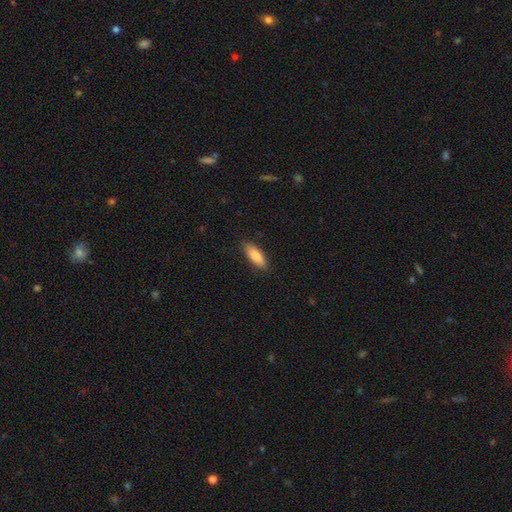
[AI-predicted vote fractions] A smooth galaxy with no disk features (85%) that is in between round and cigar-shaped (67%). Merging: none (86%).